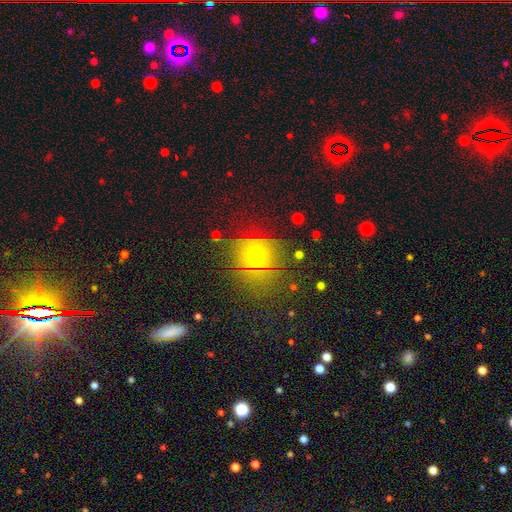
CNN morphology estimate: Smooth or featured?
  - smooth: 63% *
  - star or artifact: 23%
  - featured or disk: 14%
How rounded?
  - round: 69% *
  - in between: 28%
  - cigar-shaped: 2%
Merging?
  - none: 69% *
  - minor disturbance: 17%
  - major disturbance: 10%
  - merger: 4%